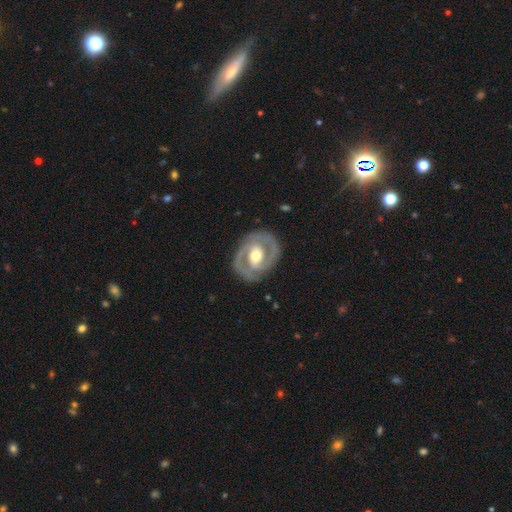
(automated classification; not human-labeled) This appears to be a featured or disk galaxy (84%) with a weak bar (40%), 2 (88%) tight (47%) spiral arms (86%) and a moderate central bulge (71%). Merging: none (83%).